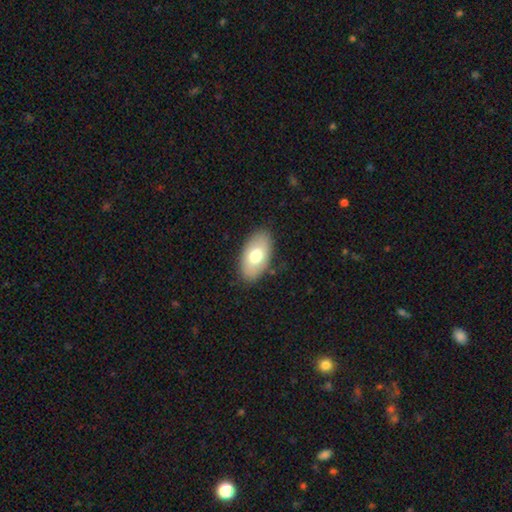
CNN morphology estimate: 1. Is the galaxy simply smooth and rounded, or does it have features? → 71% smooth, 23% featured or disk, 6% star or artifact.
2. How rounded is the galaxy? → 94% in between, 4% round, 2% cigar-shaped.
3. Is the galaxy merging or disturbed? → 84% none, 11% minor disturbance, 3% major disturbance, 1% merger.